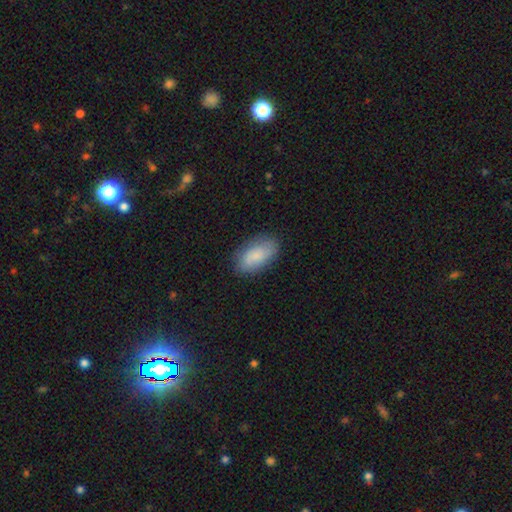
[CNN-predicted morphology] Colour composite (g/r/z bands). It shows a smooth galaxy with no disk features (82%) that is in between round and cigar-shaped (93%). Merging: none (82%).